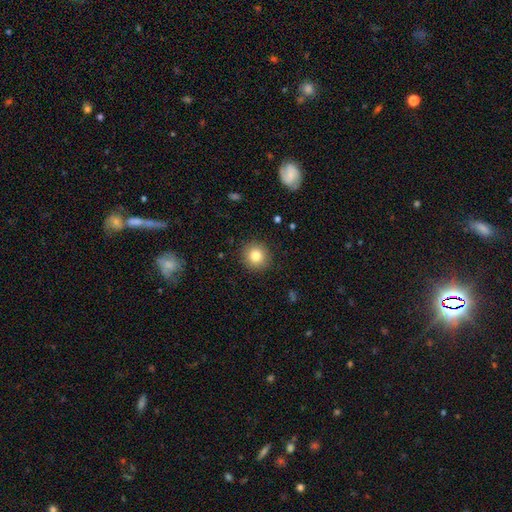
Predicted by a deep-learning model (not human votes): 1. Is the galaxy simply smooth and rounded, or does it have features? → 82% smooth, 10% star or artifact, 8% featured or disk.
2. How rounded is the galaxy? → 92% round, 7% in between, 1% cigar-shaped.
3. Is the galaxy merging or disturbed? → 91% none, 6% minor disturbance, 2% major disturbance, 1% merger.